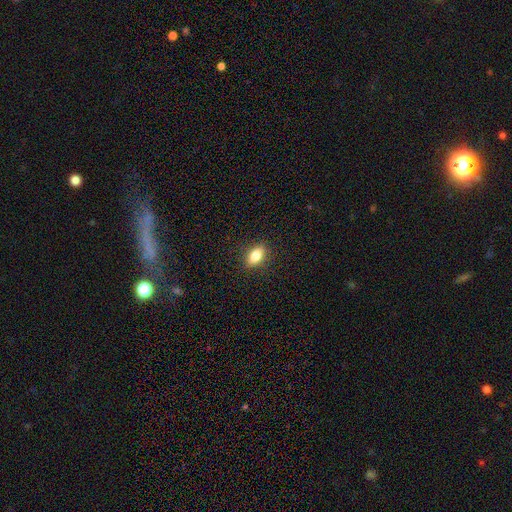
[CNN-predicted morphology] This appears to be a smooth galaxy with no disk features (82%) that is in between round and cigar-shaped (84%). Merging: none (88%).